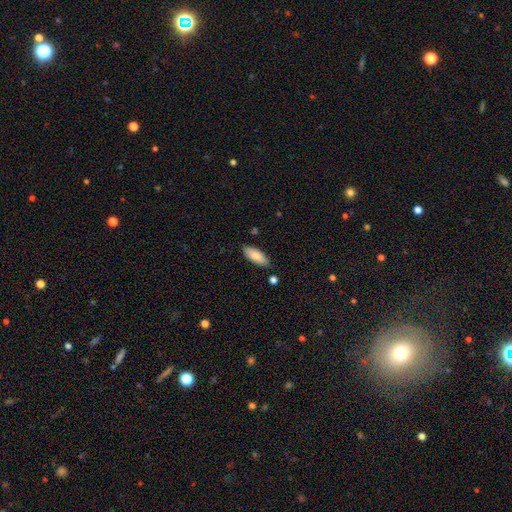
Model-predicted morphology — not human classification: A smooth galaxy with no disk features (82%) that is in between round and cigar-shaped (81%).

Vote fractions:
- Smooth or featured? smooth: 82% / featured or disk: 12% / star or artifact: 6%
- How rounded? in between: 81% / cigar-shaped: 17% / round: 2%
- Merging? none: 85% / minor disturbance: 11% / merger: 3% / major disturbance: 2%